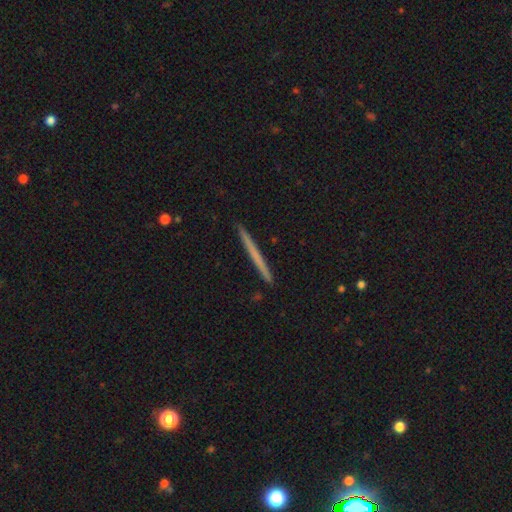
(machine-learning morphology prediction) This is possibly a smooth galaxy (53%). How rounded: clearly cigar-shaped (97%). Merging: clearly none (93%).